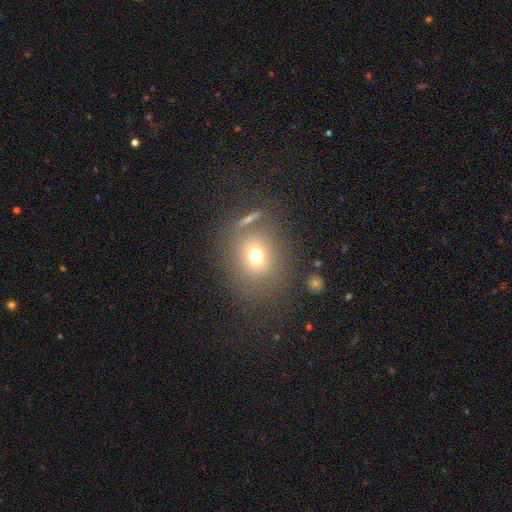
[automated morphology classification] smooth 71%, star or artifact 16%, featured or disk 13%. Down the decision tree: how rounded — round (71%); merging — none (70%).